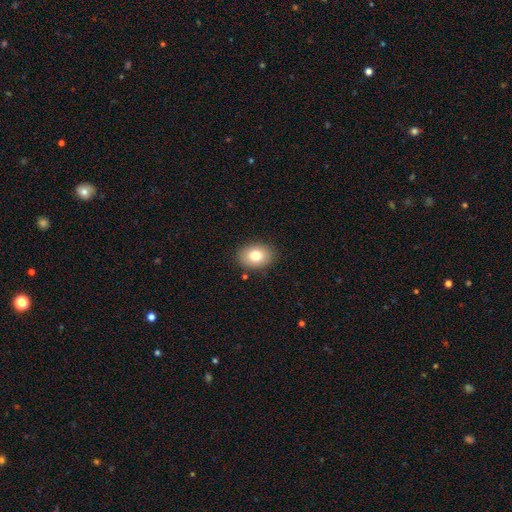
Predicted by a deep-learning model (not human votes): smooth_or_featured: smooth (p=0.79) [alt: featured or disk p=0.12]
how_rounded: in between (p=0.67) [alt: round p=0.32]
merging: none (p=0.88) [alt: minor disturbance p=0.09]